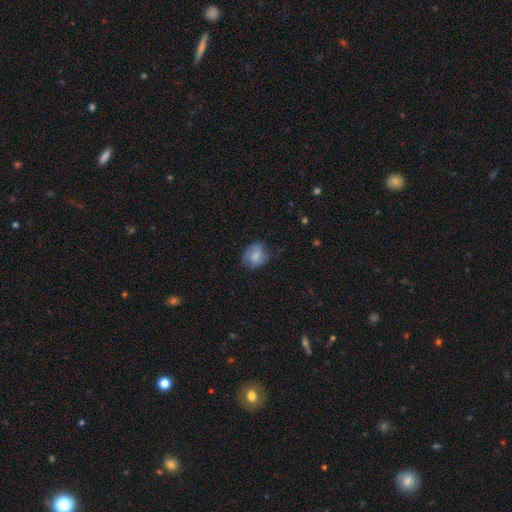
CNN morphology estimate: Overall: smooth (74%). How rounded: in between (51%; round 47%). Merging: none (60%; minor disturbance 30%).